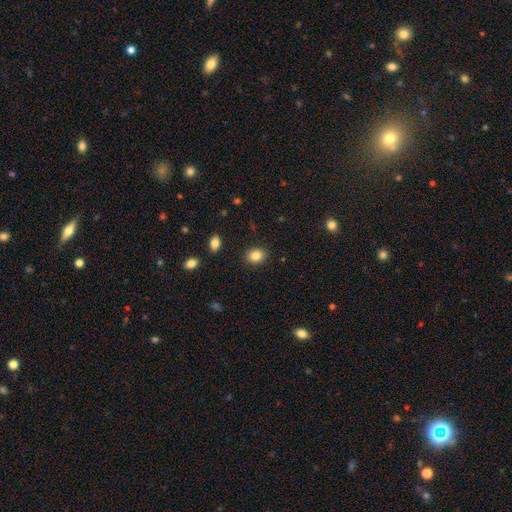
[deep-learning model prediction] smooth 84%, star or artifact 9%, featured or disk 6%. Down the decision tree: how rounded — round (56%); merging — none (89%).